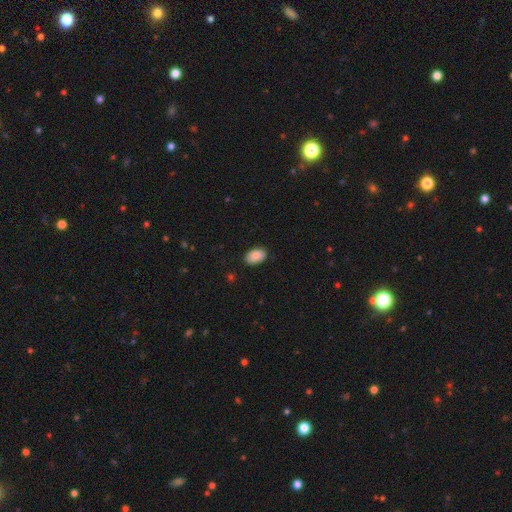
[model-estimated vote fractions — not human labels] smooth_or_featured: smooth (p=0.89) [alt: star or artifact p=0.07]
how_rounded: in between (p=0.90) [alt: round p=0.09]
merging: none (p=0.88) [alt: minor disturbance p=0.09]